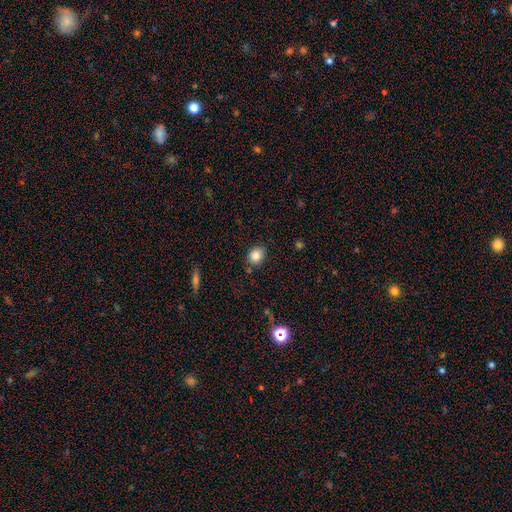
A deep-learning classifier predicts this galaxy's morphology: A smooth galaxy with no disk features (84%) that is round (50%). Merging: none (82%).